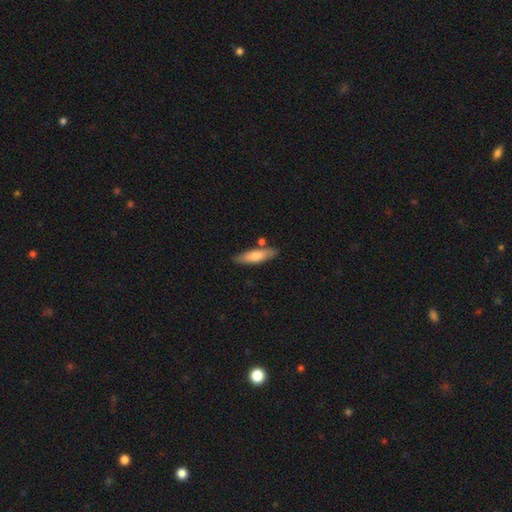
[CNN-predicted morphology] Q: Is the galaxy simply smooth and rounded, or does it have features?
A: smooth — 72%.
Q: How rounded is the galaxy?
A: cigar-shaped — 66%.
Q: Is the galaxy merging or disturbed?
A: none — 79%.